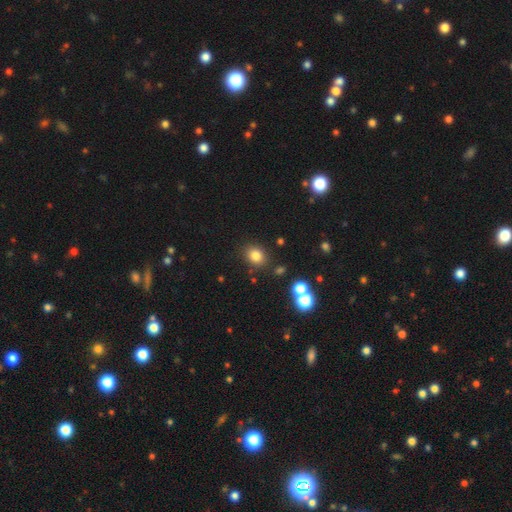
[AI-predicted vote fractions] Morphology: type=smooth (80%); roundness=round (61%); merging=none (84%).